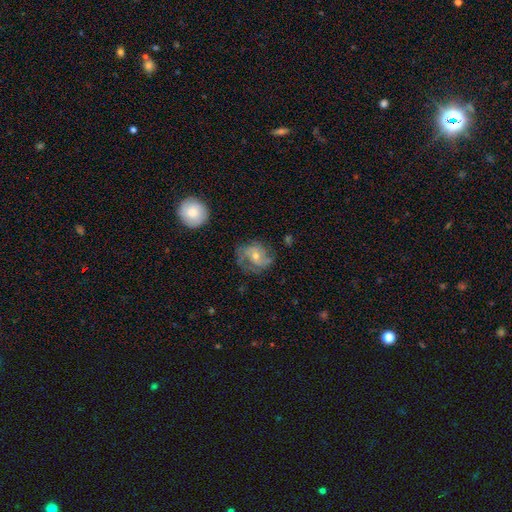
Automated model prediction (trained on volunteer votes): Overall: featured or disk (66%). Edge-on disk: no (97%). Bar: no (67%). Spiral arms: yes (88%). Spiral arm count: 2 (42%; can't tell 25%). Spiral winding: medium (42%; tight 40%). Bulge size: moderate (50%; small 45%). Merging: none (64%).